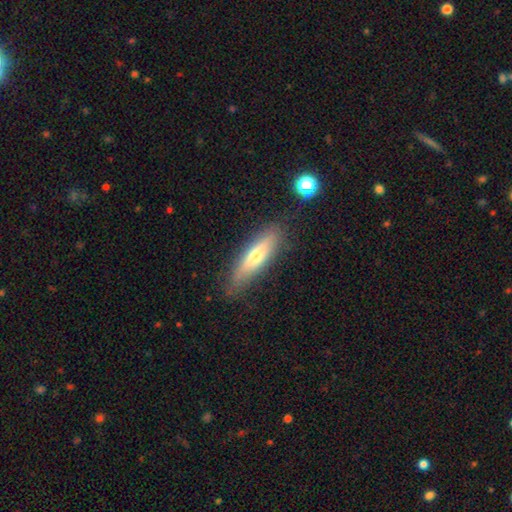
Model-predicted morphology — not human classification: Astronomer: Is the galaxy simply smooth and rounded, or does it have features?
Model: smooth — 54% (runner-up: featured or disk, 39%).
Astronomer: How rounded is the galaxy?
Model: cigar-shaped — 71%.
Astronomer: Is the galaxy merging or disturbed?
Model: none — 80%.